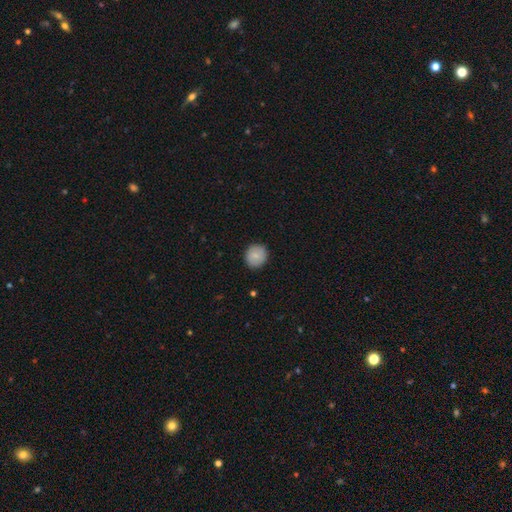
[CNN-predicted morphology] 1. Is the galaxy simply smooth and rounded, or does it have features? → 82% smooth, 11% featured or disk, 7% star or artifact.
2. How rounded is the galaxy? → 87% round, 12% in between, 1% cigar-shaped.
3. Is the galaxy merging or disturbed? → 89% none, 8% minor disturbance, 2% major disturbance, 1% merger.